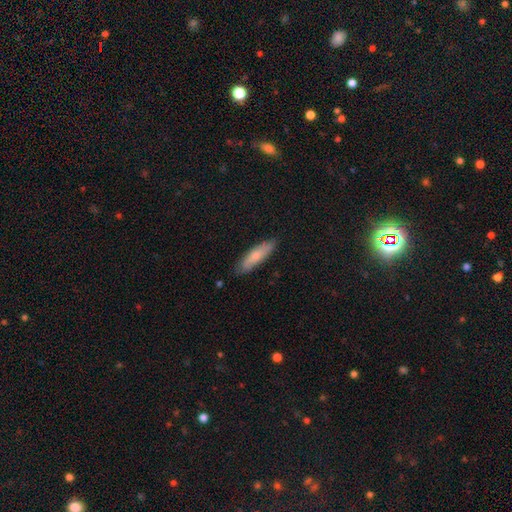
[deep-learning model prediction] smooth_or_featured: smooth (p=0.72) [alt: featured or disk p=0.22]
how_rounded: cigar-shaped (p=0.64) [alt: in between p=0.34]
merging: none (p=0.82) [alt: minor disturbance p=0.15]